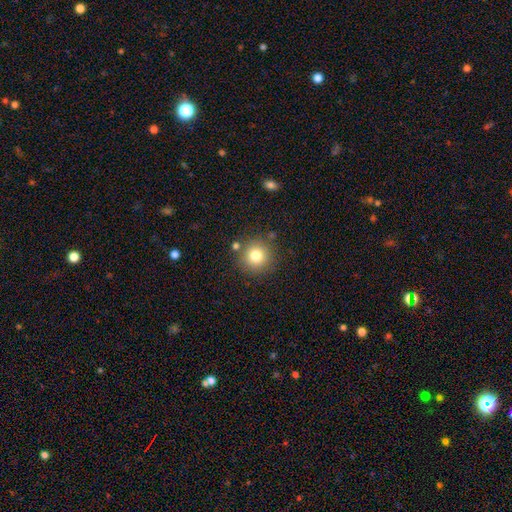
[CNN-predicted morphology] smooth-or-featured: smooth: 79% | star or artifact: 12% | featured or disk: 9%
  how-rounded: round: 94% | in between: 5% | cigar-shaped: 1%
  merging: none: 83% | minor disturbance: 9% | merger: 5% | major disturbance: 3%